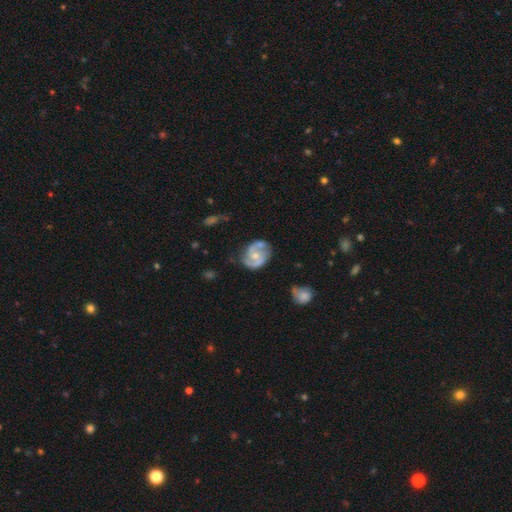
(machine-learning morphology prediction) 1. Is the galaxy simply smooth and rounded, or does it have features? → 79% featured or disk, 15% smooth, 5% star or artifact.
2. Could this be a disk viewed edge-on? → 97% no, 3% yes.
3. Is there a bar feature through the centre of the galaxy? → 59% no, 33% weak, 8% strong.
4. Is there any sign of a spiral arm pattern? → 92% yes, 8% no.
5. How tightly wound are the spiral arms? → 49% medium, 30% tight, 21% loose.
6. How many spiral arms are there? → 84% 2, 7% can't tell, 4% 1, 2% 3, 1% 4, 1% more than 4.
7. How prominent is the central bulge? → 53% moderate, 41% small, 3% none, 2% large, 1% dominant.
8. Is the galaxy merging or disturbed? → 61% none, 24% minor disturbance, 9% major disturbance, 6% merger.